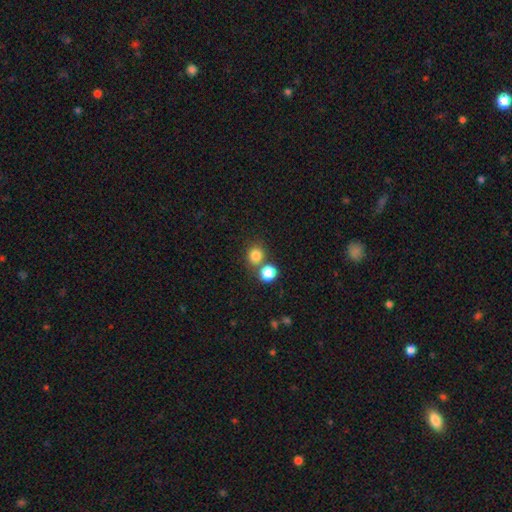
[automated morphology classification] Smooth or featured? Predicted: smooth (p=0.81). How rounded? Predicted: round (p=0.85). Merging? Predicted: none (p=0.63).